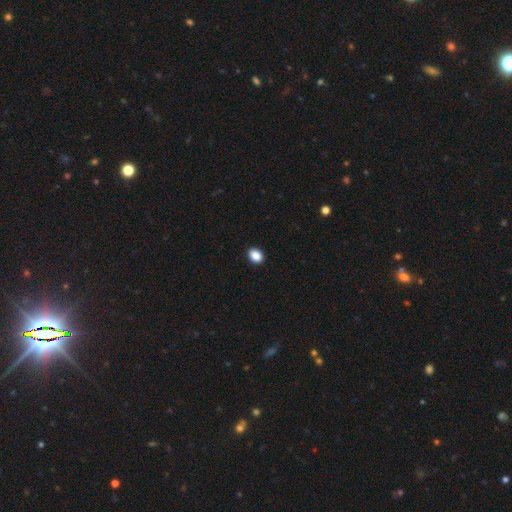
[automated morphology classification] Overall: smooth (88%). How rounded: in between (61%; round 37%). Merging: none (91%).